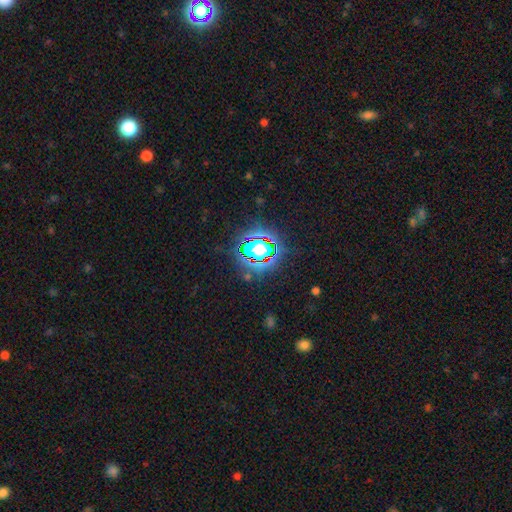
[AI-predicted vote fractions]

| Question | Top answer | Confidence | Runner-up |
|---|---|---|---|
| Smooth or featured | star or artifact | 80% | smooth (12%) |